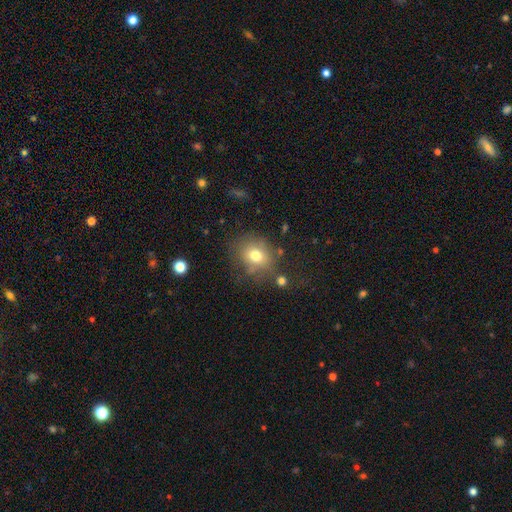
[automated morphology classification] Smooth or featured? Predicted: smooth (p=0.74). How rounded? Predicted: round (p=0.67). Merging? Predicted: none (p=0.69).